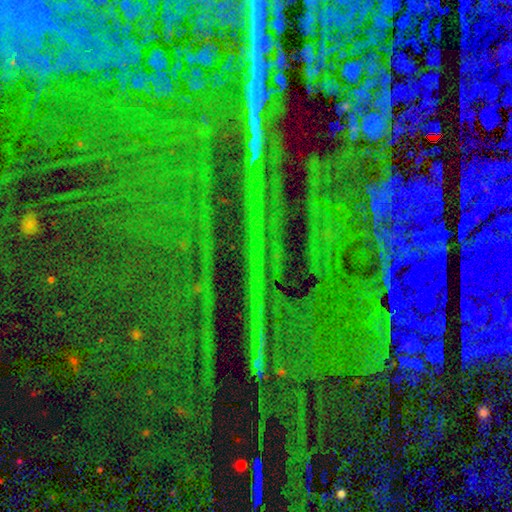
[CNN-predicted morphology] smooth-or-featured: star or artifact: 85% | featured or disk: 8% | smooth: 7%